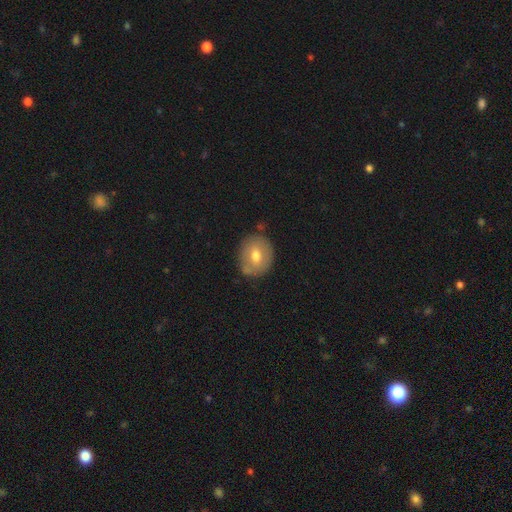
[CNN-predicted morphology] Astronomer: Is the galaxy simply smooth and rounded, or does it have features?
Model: smooth — 63%.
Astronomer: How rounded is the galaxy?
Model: round — 64%.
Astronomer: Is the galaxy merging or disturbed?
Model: none — 75%.